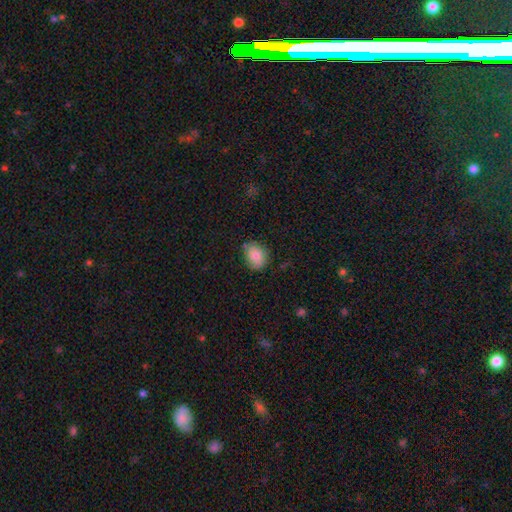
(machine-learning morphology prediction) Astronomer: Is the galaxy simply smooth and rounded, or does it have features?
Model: smooth — 79%.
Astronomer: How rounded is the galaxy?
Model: in between — 60% (runner-up: round, 39%).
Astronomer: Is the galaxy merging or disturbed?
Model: none — 72%.